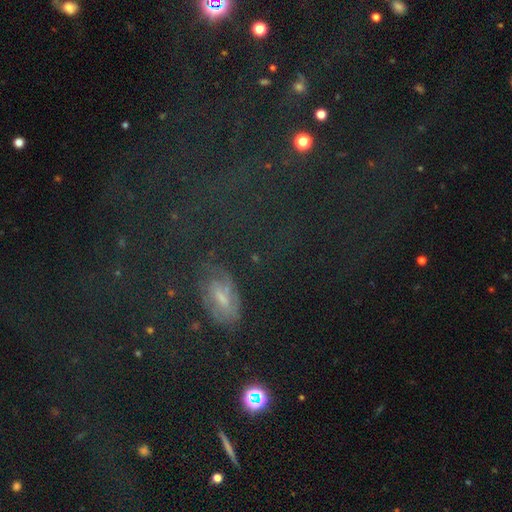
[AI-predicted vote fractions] Q: Smooth or featured?
A: star or artifact (41%); runner-up: smooth (40%)